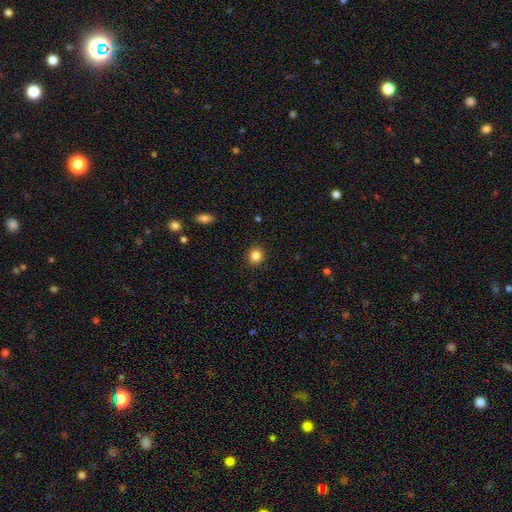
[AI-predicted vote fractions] A smooth galaxy with no disk features (85%) that is round (85%). Merging: none (91%).